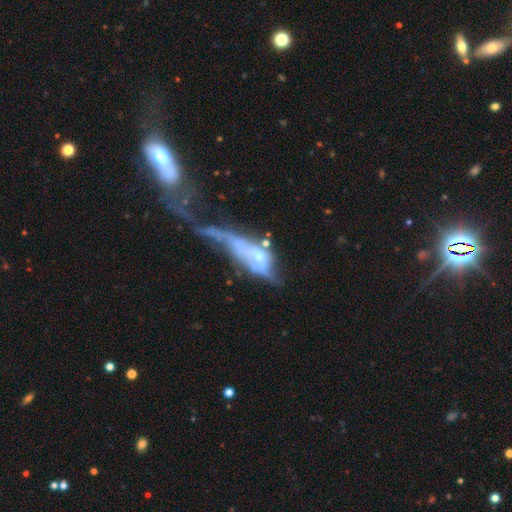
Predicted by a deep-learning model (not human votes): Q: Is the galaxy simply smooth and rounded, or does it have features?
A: featured or disk — 60%.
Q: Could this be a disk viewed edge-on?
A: no — 74%.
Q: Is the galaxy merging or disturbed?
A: major disturbance — 47%.